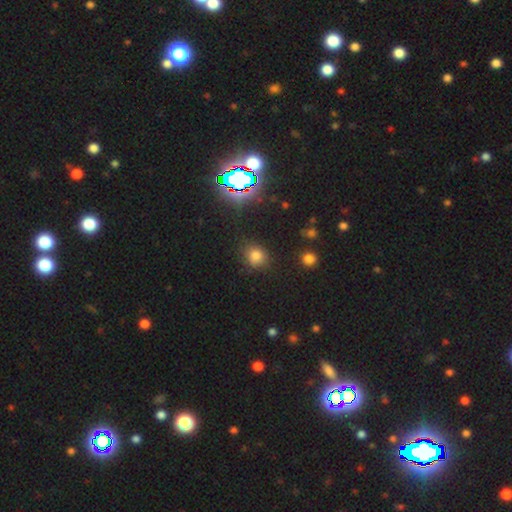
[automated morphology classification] This is likely a smooth galaxy (72%). How rounded: likely round (76%). Merging: clearly none (80%).